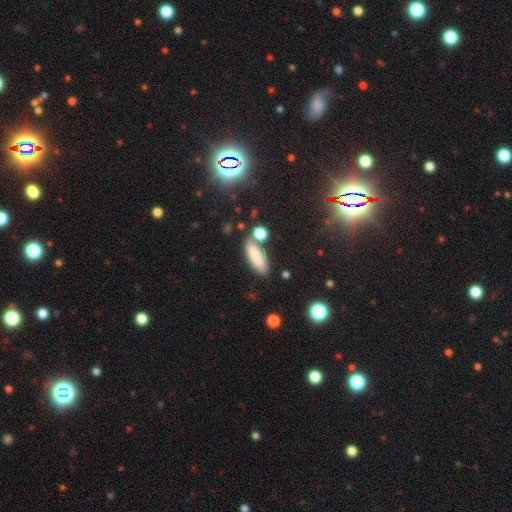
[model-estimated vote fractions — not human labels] Q: Smooth or featured?
A: smooth (84%); runner-up: star or artifact (8%)
Q: How rounded?
A: in between (58%); runner-up: cigar-shaped (39%)
Q: Merging?
A: none (69%); runner-up: minor disturbance (14%)